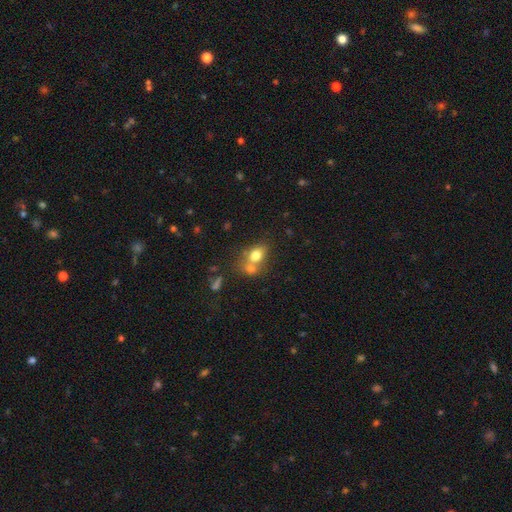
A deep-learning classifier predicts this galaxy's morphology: type=smooth (75%); roundness=in between (62%); merging=merger (48%).